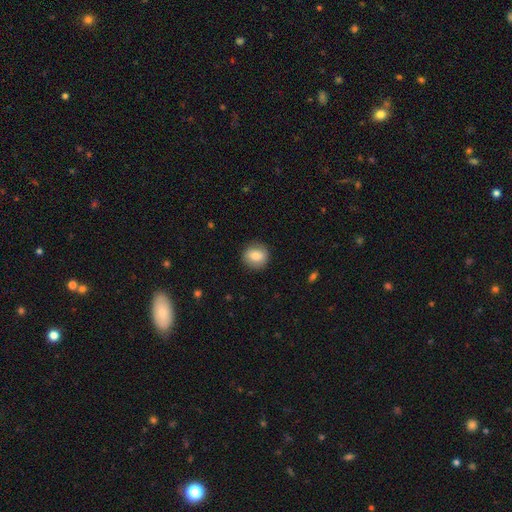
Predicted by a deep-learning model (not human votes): This appears to be a smooth galaxy with no disk features (80%) that is round (86%). Merging: none (88%).